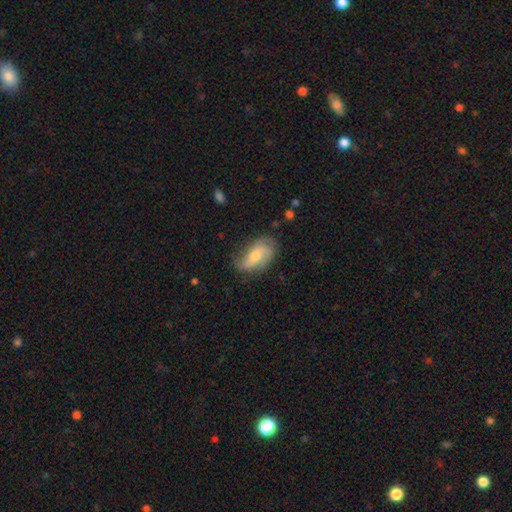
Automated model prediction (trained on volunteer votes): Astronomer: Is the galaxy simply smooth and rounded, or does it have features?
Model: featured or disk — 60%.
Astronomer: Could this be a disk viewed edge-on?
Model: no — 93%.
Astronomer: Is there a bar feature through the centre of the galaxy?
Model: no — 53% (runner-up: weak, 36%).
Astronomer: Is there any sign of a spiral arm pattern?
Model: yes — 88%.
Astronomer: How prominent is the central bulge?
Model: moderate — 60%.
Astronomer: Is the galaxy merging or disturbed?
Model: none — 67%.